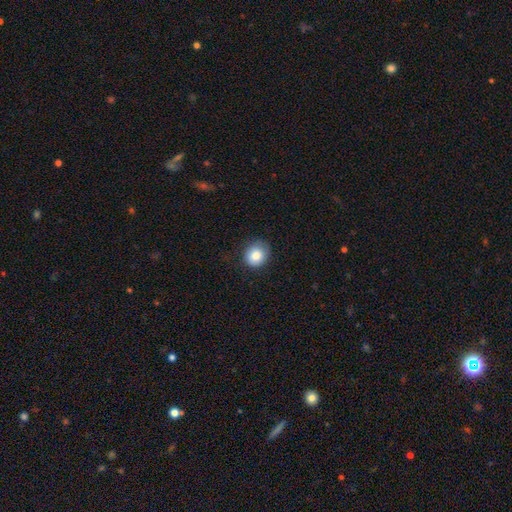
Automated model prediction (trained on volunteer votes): Overall: smooth (82%). How rounded: round (79%). Merging: none (78%).